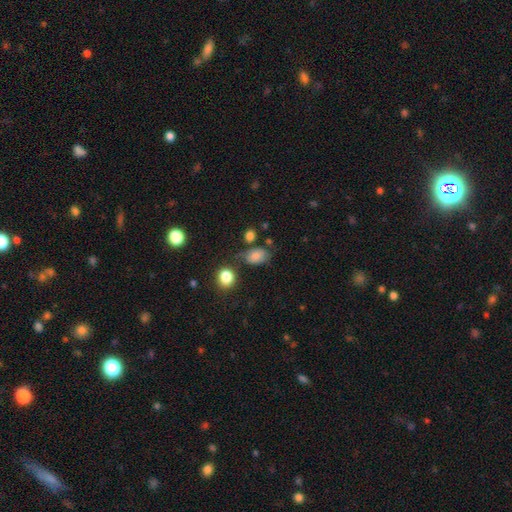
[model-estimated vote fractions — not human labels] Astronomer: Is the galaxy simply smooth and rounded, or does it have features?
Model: smooth — 75%.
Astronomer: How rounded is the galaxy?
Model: in between — 77%.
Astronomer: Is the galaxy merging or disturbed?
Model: none — 58%.